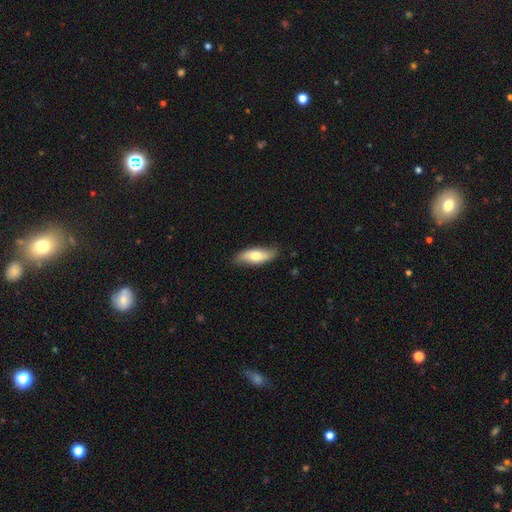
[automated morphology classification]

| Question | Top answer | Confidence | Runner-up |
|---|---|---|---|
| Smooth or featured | smooth | 67% | featured or disk (27%) |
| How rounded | in between | 67% | cigar-shaped (30%) |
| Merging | none | 83% | minor disturbance (14%) |